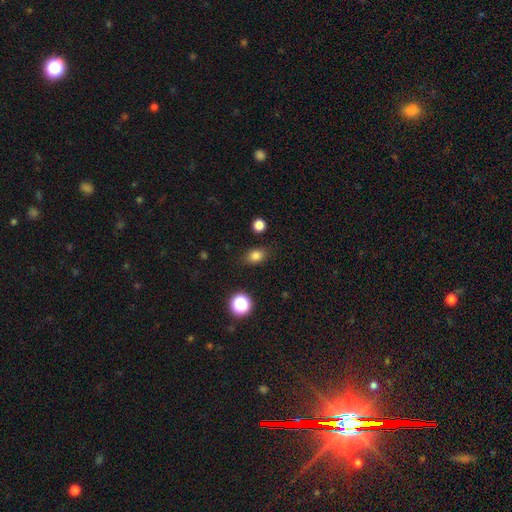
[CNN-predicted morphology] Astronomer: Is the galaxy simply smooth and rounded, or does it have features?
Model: smooth — 82%.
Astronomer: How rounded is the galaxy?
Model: in between — 64%.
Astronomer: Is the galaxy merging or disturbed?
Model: none — 83%.